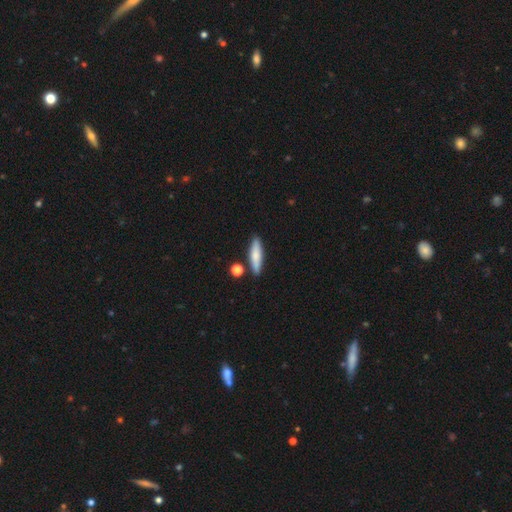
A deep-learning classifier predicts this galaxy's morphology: Smooth or featured? Predicted: smooth (p=0.72). How rounded? Predicted: cigar-shaped (p=0.71). Merging? Predicted: none (p=0.81).